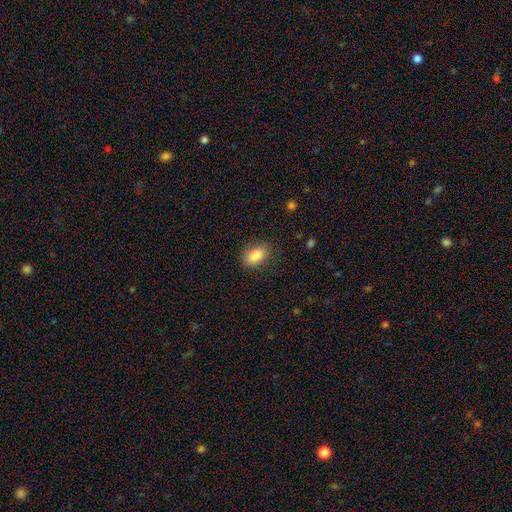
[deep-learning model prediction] Smooth or featured? Predicted: smooth (p=0.87). How rounded? Predicted: in between (p=0.90). Merging? Predicted: none (p=0.85).